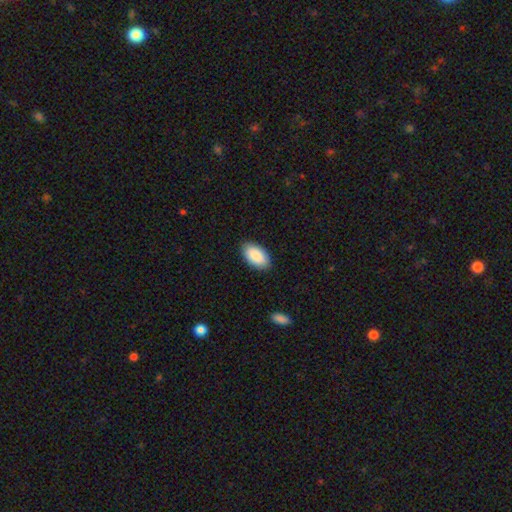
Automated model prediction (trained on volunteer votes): smooth-or-featured: smooth: 89% | star or artifact: 6% | featured or disk: 5%
  how-rounded: in between: 96% | round: 3% | cigar-shaped: 2%
  merging: none: 88% | minor disturbance: 9% | major disturbance: 2% | merger: 1%